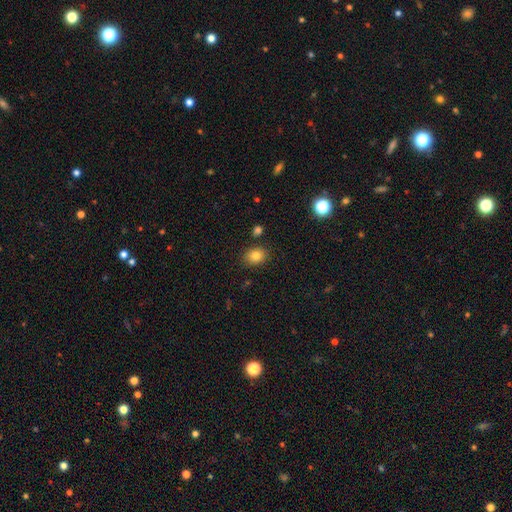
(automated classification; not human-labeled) A smooth galaxy with no disk features (83%) that is in between round and cigar-shaped (57%).

Vote fractions:
- Smooth or featured? smooth: 83% / star or artifact: 10% / featured or disk: 7%
- How rounded? in between: 57% / round: 42% / cigar-shaped: 1%
- Merging? none: 83% / minor disturbance: 10% / merger: 4% / major disturbance: 3%